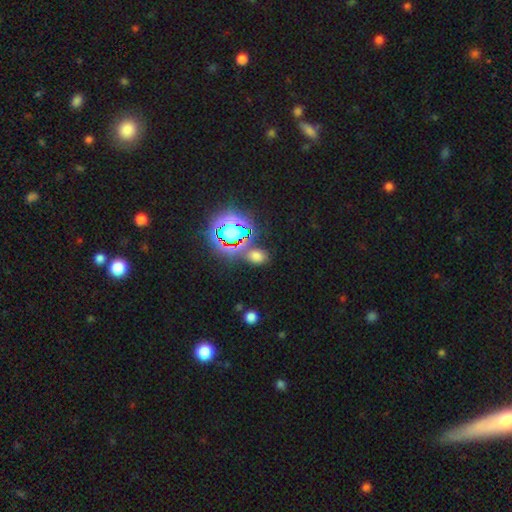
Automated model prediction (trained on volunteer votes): smooth 55%, star or artifact 37%, featured or disk 8%. Down the decision tree: how rounded — in between (63%); merging — none (74%).